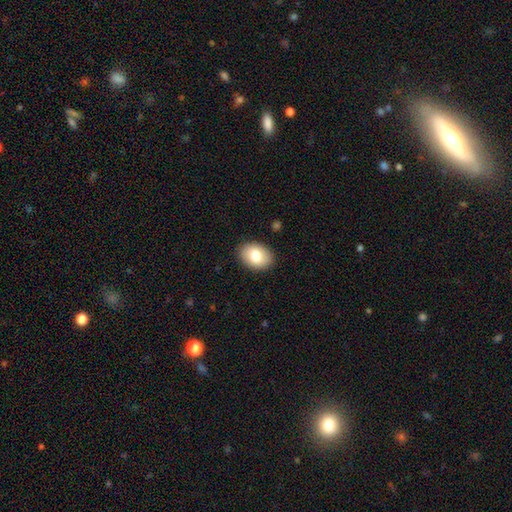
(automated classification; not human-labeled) smooth_or_featured: smooth (p=0.80) [alt: featured or disk p=0.13]
how_rounded: in between (p=0.78) [alt: round p=0.21]
merging: none (p=0.89) [alt: minor disturbance p=0.08]